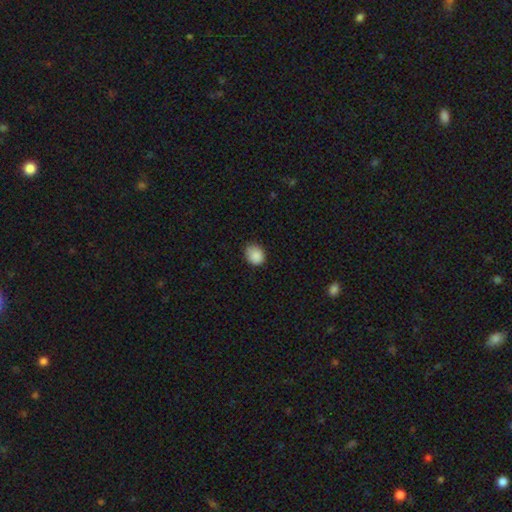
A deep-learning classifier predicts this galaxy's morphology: Smooth or featured: smooth — 87% (star or artifact — 9%)
How rounded: round — 64% (in between — 36%)
Merging: none — 70% (minor disturbance — 25%)